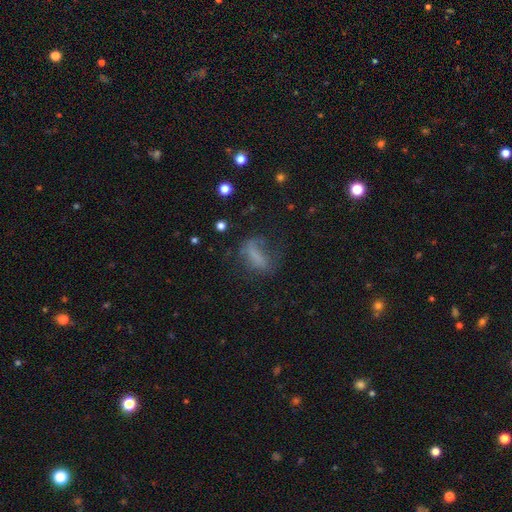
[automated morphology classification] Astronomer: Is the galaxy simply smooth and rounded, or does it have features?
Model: smooth — 58%.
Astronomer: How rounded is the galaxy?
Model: in between — 64%.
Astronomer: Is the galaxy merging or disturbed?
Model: none — 39% (runner-up: major disturbance, 33%).